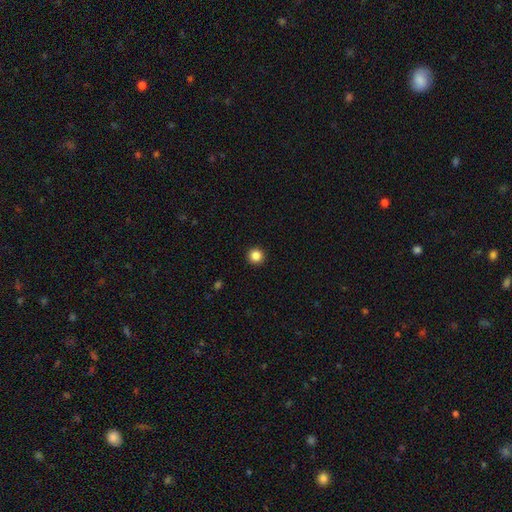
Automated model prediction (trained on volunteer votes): The model was most divided on "smooth or featured": smooth: 86%, star or artifact: 11%, featured or disk: 3%. More confident: how rounded — round (96%); merging — none (93%).